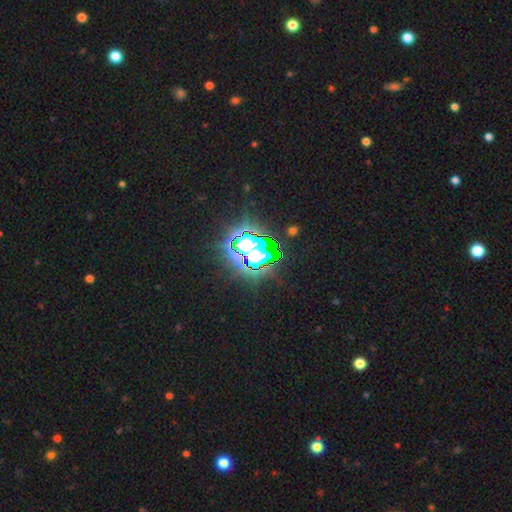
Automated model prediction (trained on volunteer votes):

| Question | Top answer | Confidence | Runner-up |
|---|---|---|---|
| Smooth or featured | star or artifact | 71% | smooth (17%) |